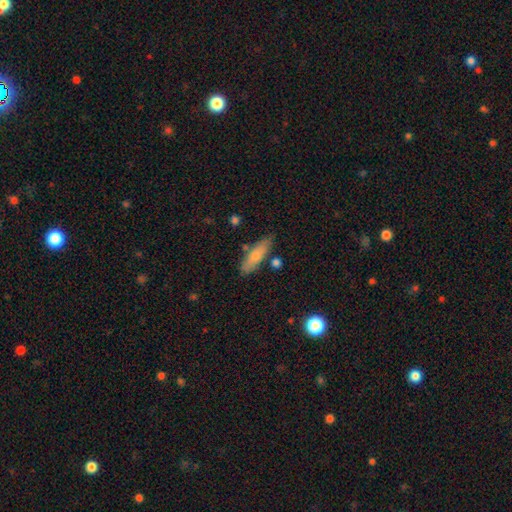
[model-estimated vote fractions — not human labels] Morphology: type=smooth (72%); roundness=cigar-shaped (55%); merging=none (77%).